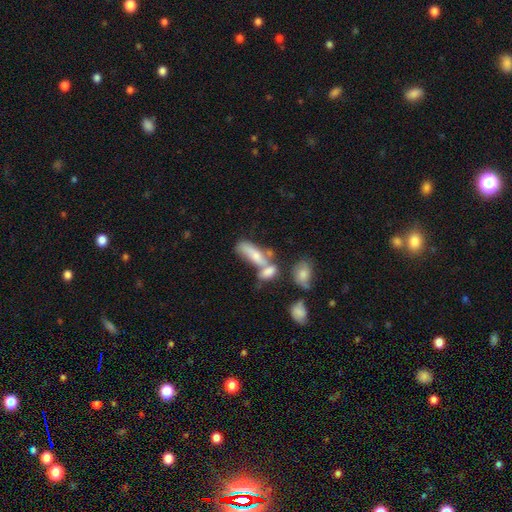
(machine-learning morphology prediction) smooth-or-featured: smooth: 60% | featured or disk: 28% | star or artifact: 12%
  how-rounded: in between: 59% | cigar-shaped: 37% | round: 4%
  merging: merger: 49% | none: 27% | minor disturbance: 14% | major disturbance: 11%